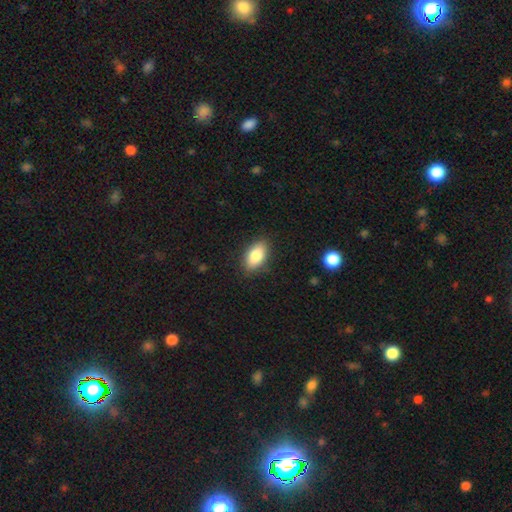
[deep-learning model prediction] The model was most divided on "smooth or featured": smooth: 83%, featured or disk: 10%, star or artifact: 7%. More confident: how rounded — in between (90%); merging — none (86%).